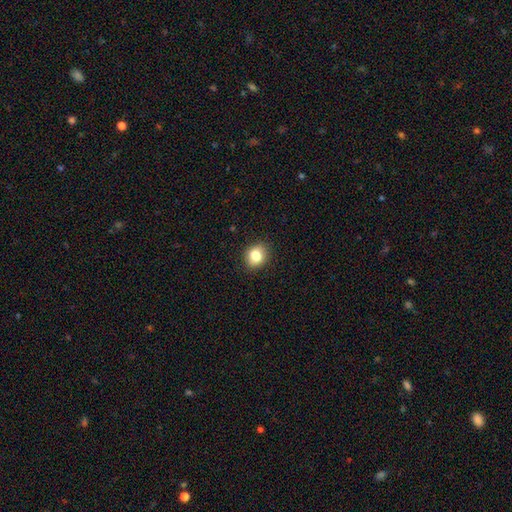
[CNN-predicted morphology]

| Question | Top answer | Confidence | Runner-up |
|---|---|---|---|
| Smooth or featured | smooth | 83% | star or artifact (10%) |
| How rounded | round | 64% | in between (35%) |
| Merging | none | 89% | minor disturbance (8%) |